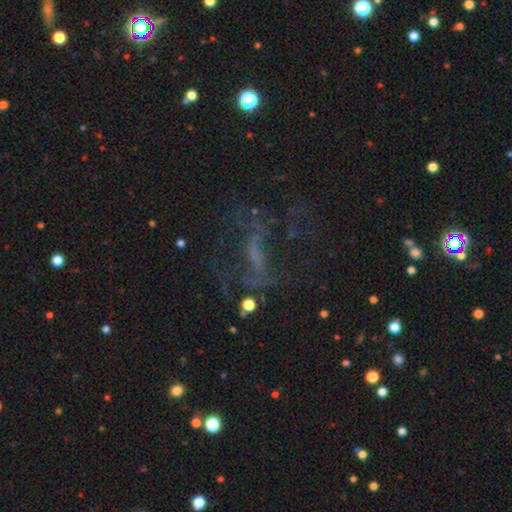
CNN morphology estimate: smooth_or_featured: featured or disk (p=0.47) [alt: star or artifact p=0.32]
merging: none (p=0.51) [alt: major disturbance p=0.28]